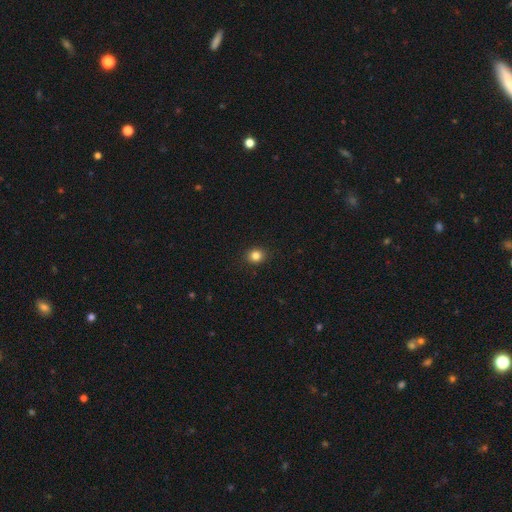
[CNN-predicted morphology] smooth-or-featured: smooth: 84% | star or artifact: 12% | featured or disk: 4%
  how-rounded: round: 75% | in between: 24% | cigar-shaped: 1%
  merging: none: 91% | minor disturbance: 6% | major disturbance: 2% | merger: 1%